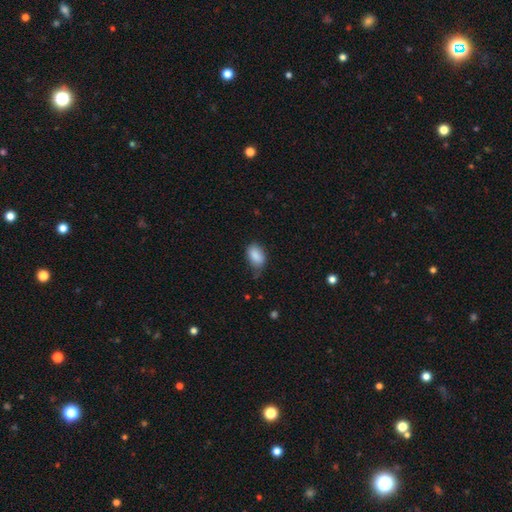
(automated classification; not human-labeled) Smooth or featured? smooth (86%)
How rounded? in between (87%)
Merging? none (54%)